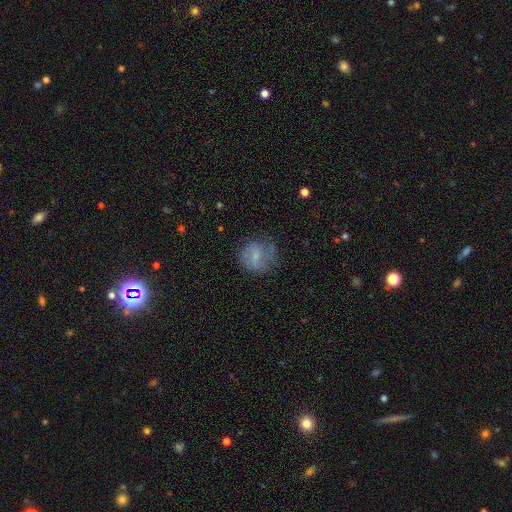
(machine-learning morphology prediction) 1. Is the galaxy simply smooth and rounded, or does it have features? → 49% smooth, 43% featured or disk, 9% star or artifact.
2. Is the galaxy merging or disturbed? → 56% none, 26% minor disturbance, 17% major disturbance, 2% merger.